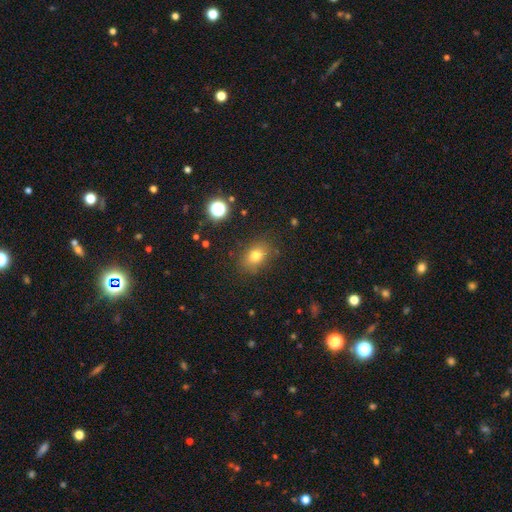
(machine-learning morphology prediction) Smooth or featured?
  - smooth: 76% *
  - star or artifact: 14%
  - featured or disk: 9%
How rounded?
  - in between: 69% *
  - round: 30%
  - cigar-shaped: 2%
Merging?
  - none: 83% *
  - minor disturbance: 11%
  - major disturbance: 4%
  - merger: 2%